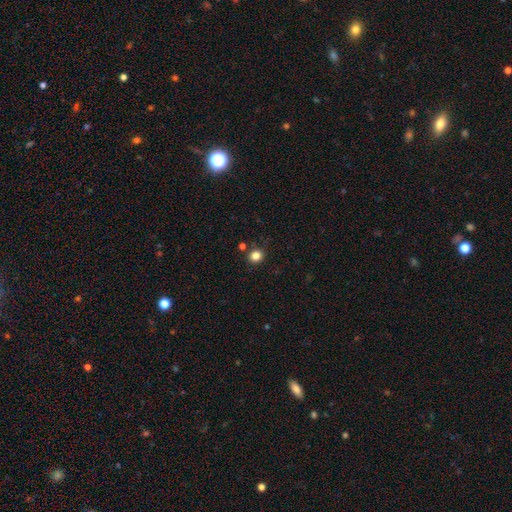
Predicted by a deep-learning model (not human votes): Smooth or featured: smooth — 83% (star or artifact — 13%)
How rounded: round — 87% (in between — 13%)
Merging: none — 84% (minor disturbance — 8%)